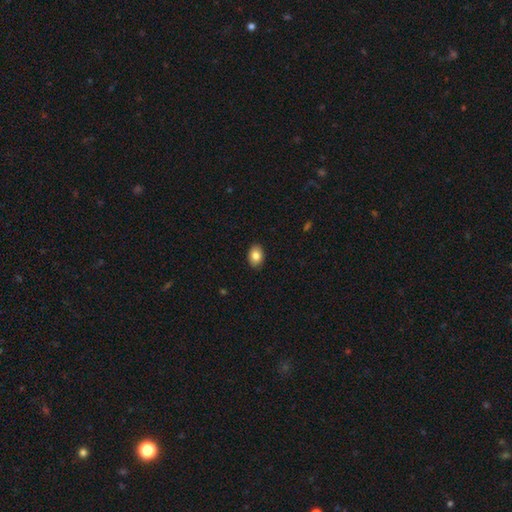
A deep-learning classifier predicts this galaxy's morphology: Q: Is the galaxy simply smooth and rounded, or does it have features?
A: smooth — 83%.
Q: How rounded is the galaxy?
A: in between — 77%.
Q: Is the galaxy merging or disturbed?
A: none — 89%.